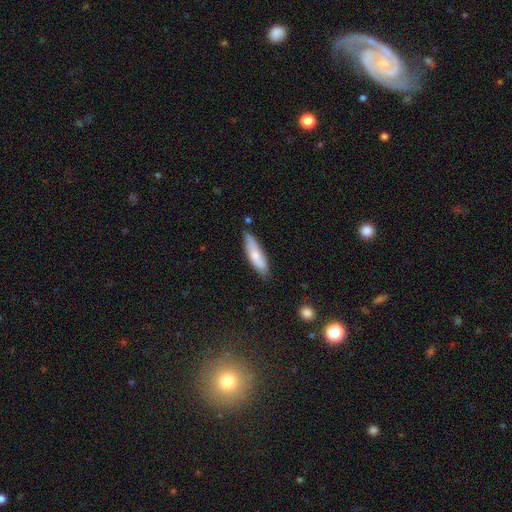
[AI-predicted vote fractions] Smooth or featured?
  - smooth: 70% *
  - featured or disk: 24%
  - star or artifact: 6%
How rounded?
  - cigar-shaped: 64% *
  - in between: 34%
  - round: 2%
Merging?
  - none: 72% *
  - minor disturbance: 22%
  - major disturbance: 3%
  - merger: 3%